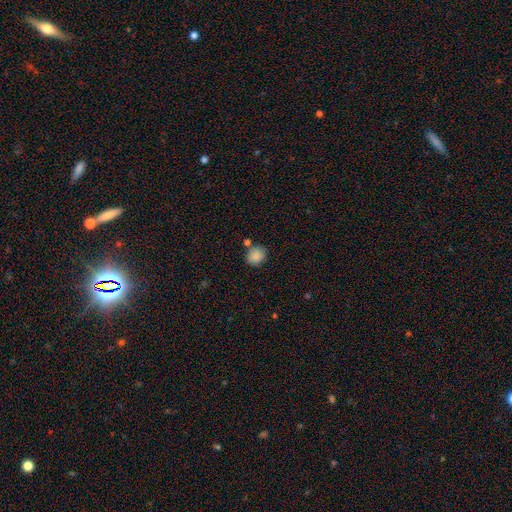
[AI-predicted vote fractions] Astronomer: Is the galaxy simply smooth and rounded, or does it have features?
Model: smooth — 87%.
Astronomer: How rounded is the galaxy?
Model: round — 68%.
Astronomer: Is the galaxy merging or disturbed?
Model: none — 71%.